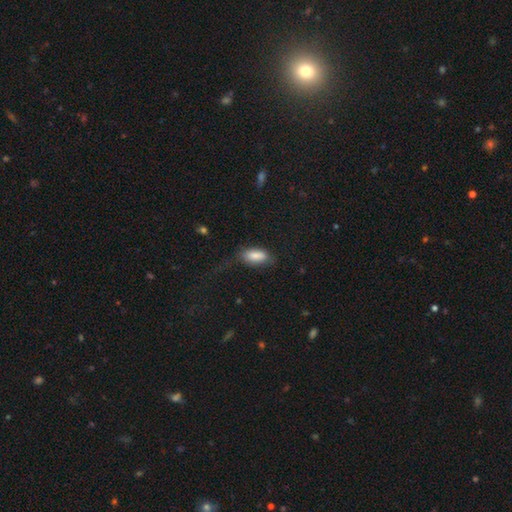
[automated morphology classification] This is clearly a smooth galaxy (83%). How rounded: clearly in between (87%). Merging: possibly none (55%).